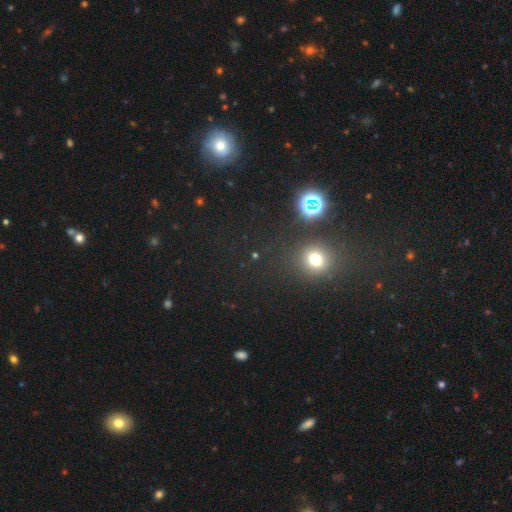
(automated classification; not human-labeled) Smooth or featured: star or artifact — 49% (smooth — 42%)